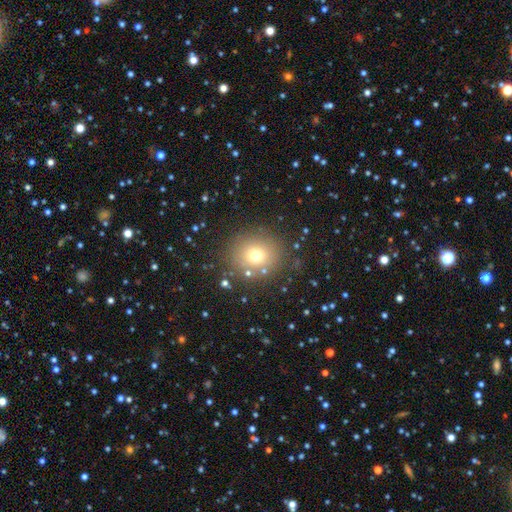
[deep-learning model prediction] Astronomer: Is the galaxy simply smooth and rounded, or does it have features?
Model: smooth — 69%.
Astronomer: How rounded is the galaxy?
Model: round — 86%.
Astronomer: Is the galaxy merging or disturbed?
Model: none — 83%.